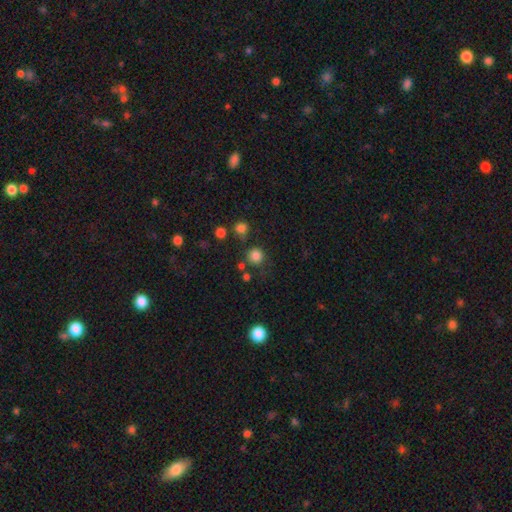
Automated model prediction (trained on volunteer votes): Q: Smooth or featured?
A: smooth (81%); runner-up: star or artifact (14%)
Q: How rounded?
A: round (93%); runner-up: in between (6%)
Q: Merging?
A: none (77%); runner-up: minor disturbance (11%)